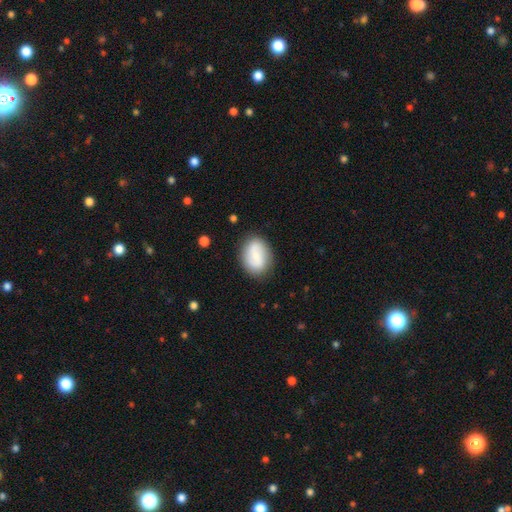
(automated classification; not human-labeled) Q: Smooth or featured?
A: smooth (55%); runner-up: featured or disk (38%)
Q: How rounded?
A: in between (72%); runner-up: round (27%)
Q: Merging?
A: none (80%); runner-up: minor disturbance (14%)